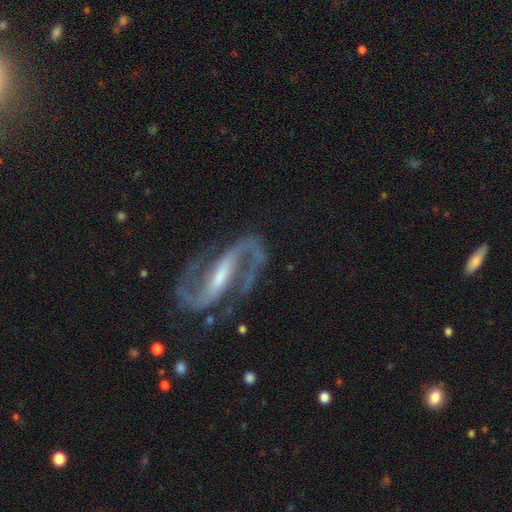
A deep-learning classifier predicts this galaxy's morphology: Smooth or featured?
  - featured or disk: 93% *
  - star or artifact: 4%
  - smooth: 3%
Edge-on disk?
  - no: 96% *
  - yes: 4%
Bar?
  - strong: 58% *
  - weak: 32%
  - no: 10%
Spiral arms?
  - yes: 98% *
  - no: 2%
Spiral winding?
  - medium: 58% *
  - loose: 28%
  - tight: 13%
Spiral arm count?
  - 2: 94% *
  - can't tell: 1%
  - 1: 1%
  - 3: 1%
  - 4: 1%
  - more than 4: 1%
Bulge size?
  - small: 41% *
  - moderate: 36%
  - none: 14%
  - large: 7%
  - dominant: 2%
Merging?
  - none: 76% *
  - minor disturbance: 14%
  - major disturbance: 8%
  - merger: 2%